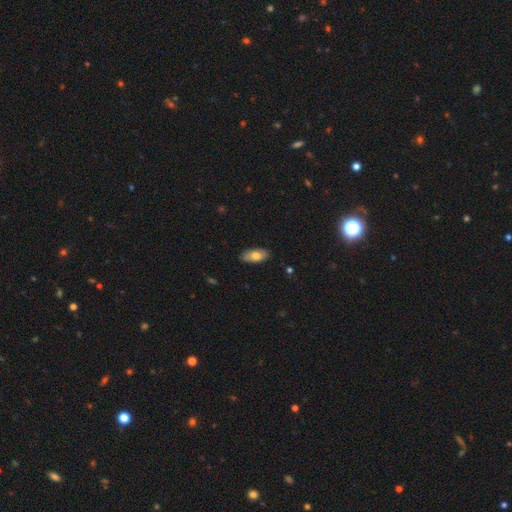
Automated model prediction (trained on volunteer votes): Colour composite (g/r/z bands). It shows a smooth galaxy with no disk features (73%) that is in between round and cigar-shaped (90%). Merging: none (85%).